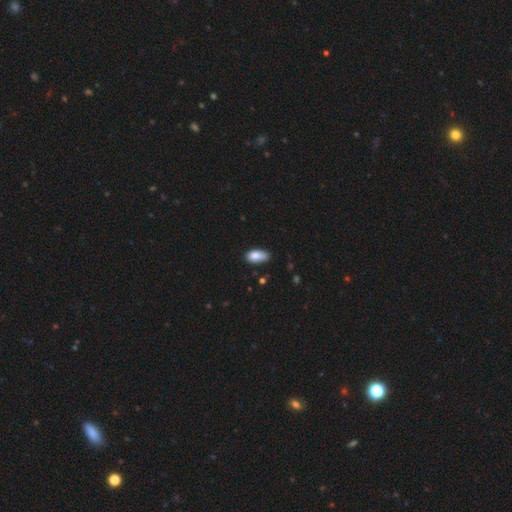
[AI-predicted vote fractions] Morphology: type=smooth (85%); roundness=in between (92%); merging=none (66%).